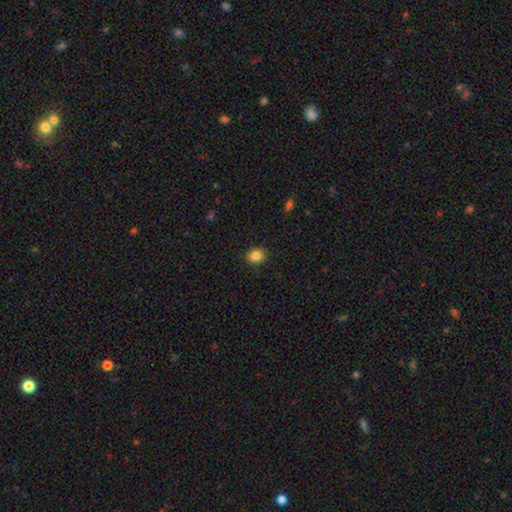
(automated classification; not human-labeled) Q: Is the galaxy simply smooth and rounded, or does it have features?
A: smooth — 85%.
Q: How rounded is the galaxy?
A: round — 57%.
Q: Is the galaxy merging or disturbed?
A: none — 90%.